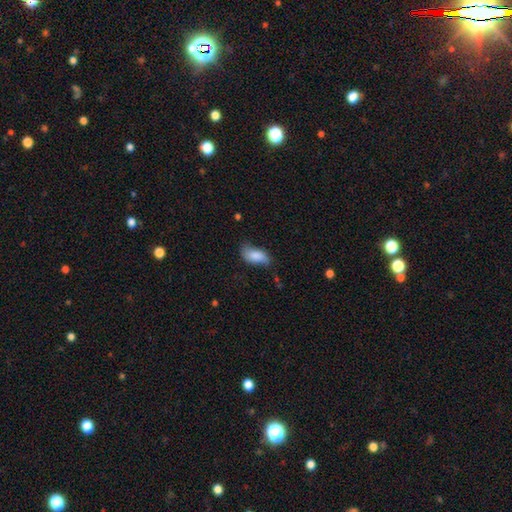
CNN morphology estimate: Smooth or featured? smooth (79%)
How rounded? in between (91%)
Merging? none (51%)